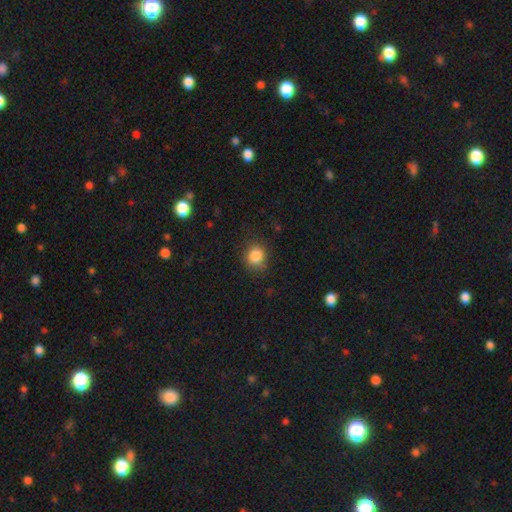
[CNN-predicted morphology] smooth 85%, star or artifact 10%, featured or disk 5%. Down the decision tree: how rounded — round (78%); merging — none (79%).